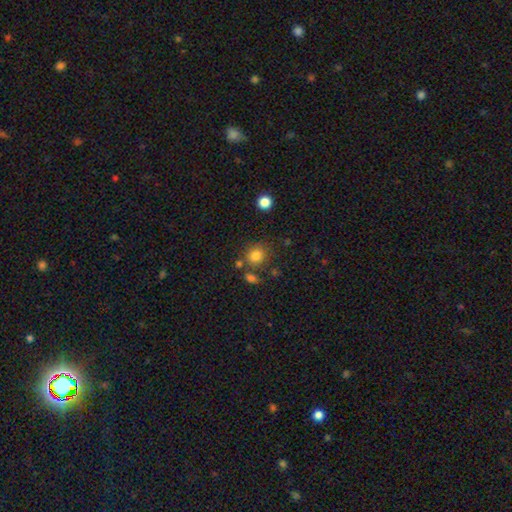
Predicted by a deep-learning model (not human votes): A smooth galaxy with no disk features (81%) that is round (83%).

Vote fractions:
- Smooth or featured? smooth: 81% / star or artifact: 12% / featured or disk: 7%
- How rounded? round: 83% / in between: 16% / cigar-shaped: 1%
- Merging? none: 72% / minor disturbance: 12% / merger: 11% / major disturbance: 5%